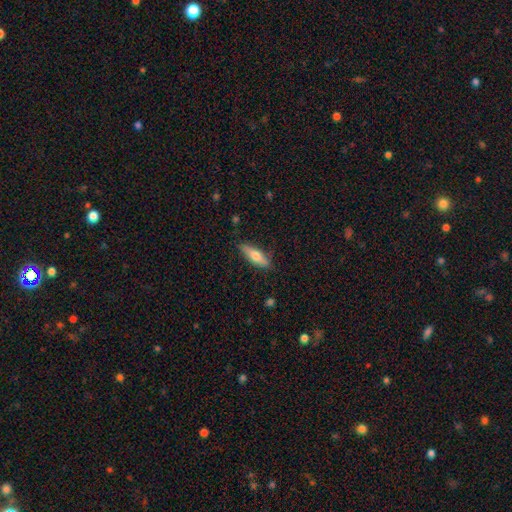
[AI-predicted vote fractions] Smooth or featured?
  - smooth: 60% *
  - featured or disk: 34%
  - star or artifact: 6%
How rounded?
  - cigar-shaped: 56% *
  - in between: 42%
  - round: 2%
Merging?
  - none: 81% *
  - minor disturbance: 14%
  - major disturbance: 3%
  - merger: 1%